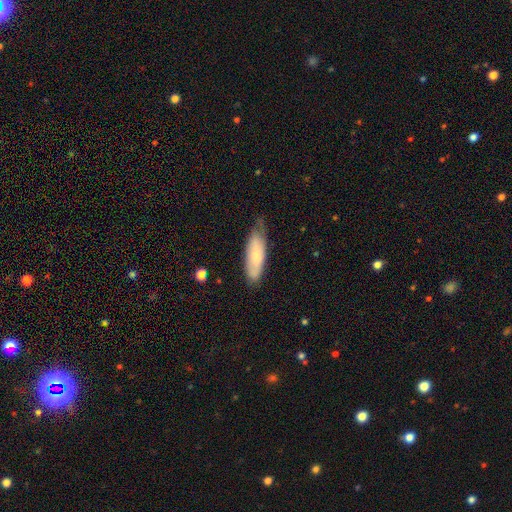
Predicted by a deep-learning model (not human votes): Smooth or featured?
  - smooth: 67% *
  - featured or disk: 27%
  - star or artifact: 6%
How rounded?
  - in between: 52% *
  - cigar-shaped: 47%
  - round: 2%
Merging?
  - none: 58% *
  - minor disturbance: 33%
  - major disturbance: 7%
  - merger: 2%